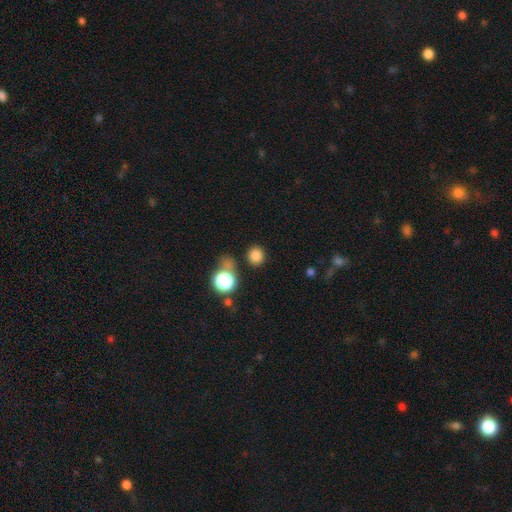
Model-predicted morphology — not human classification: smooth 81%, star or artifact 14%, featured or disk 4%. Down the decision tree: how rounded — round (89%); merging — none (80%).